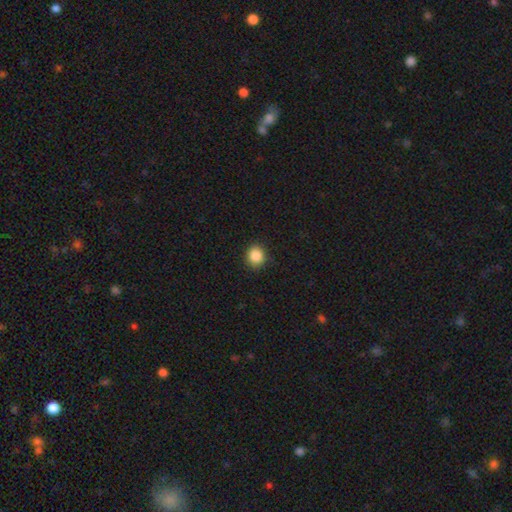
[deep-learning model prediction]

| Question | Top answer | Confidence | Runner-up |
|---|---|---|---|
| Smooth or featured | smooth | 87% | star or artifact (10%) |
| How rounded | round | 83% | in between (16%) |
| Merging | none | 89% | minor disturbance (8%) |